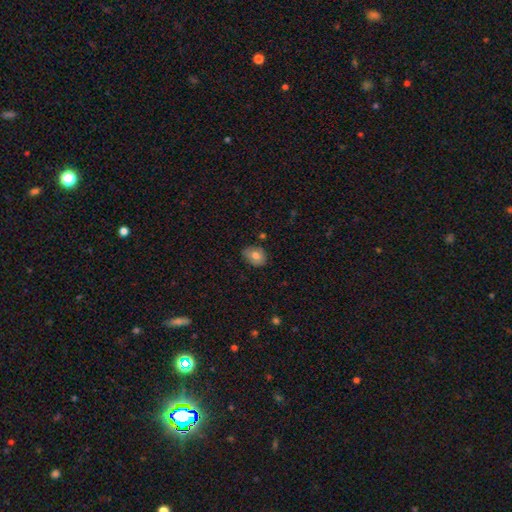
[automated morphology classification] Q: Smooth or featured?
A: smooth (75%); runner-up: featured or disk (16%)
Q: How rounded?
A: in between (66%); runner-up: round (33%)
Q: Merging?
A: none (75%); runner-up: minor disturbance (20%)